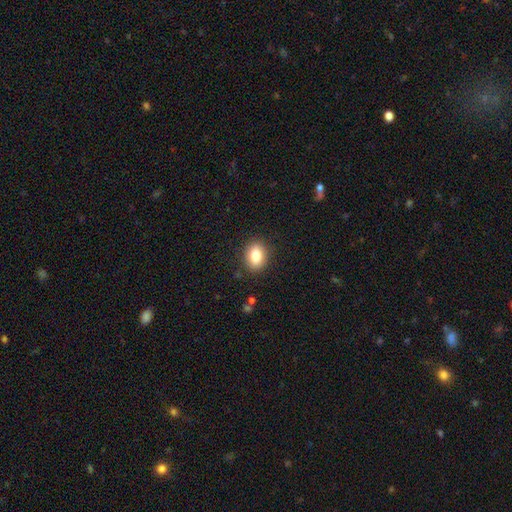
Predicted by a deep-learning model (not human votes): smooth 83%, star or artifact 9%, featured or disk 8%. Down the decision tree: how rounded — in between (71%); merging — none (87%).